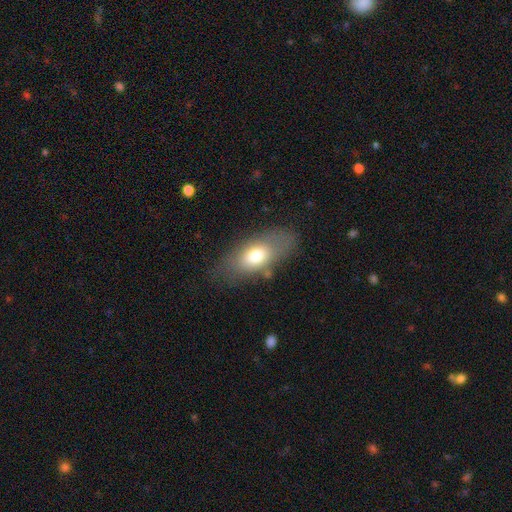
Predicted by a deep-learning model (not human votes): Smooth or featured?
  - smooth: 70% *
  - featured or disk: 22%
  - star or artifact: 9%
How rounded?
  - in between: 85% *
  - cigar-shaped: 8%
  - round: 6%
Merging?
  - none: 66% *
  - minor disturbance: 20%
  - major disturbance: 11%
  - merger: 3%